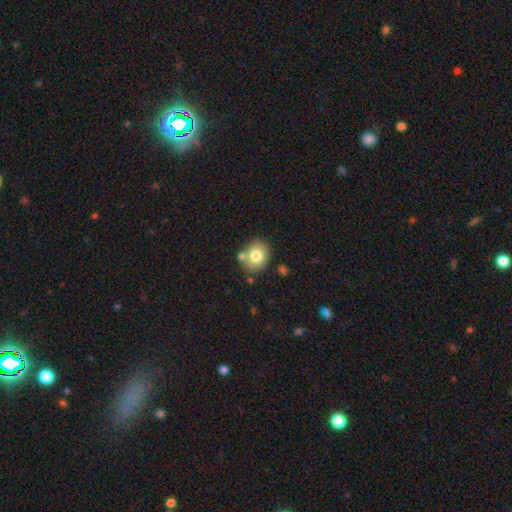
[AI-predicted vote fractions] Smooth or featured?
  - smooth: 77% *
  - featured or disk: 13%
  - star or artifact: 9%
How rounded?
  - round: 59% *
  - in between: 40%
  - cigar-shaped: 1%
Merging?
  - none: 72% *
  - minor disturbance: 13%
  - merger: 12%
  - major disturbance: 3%